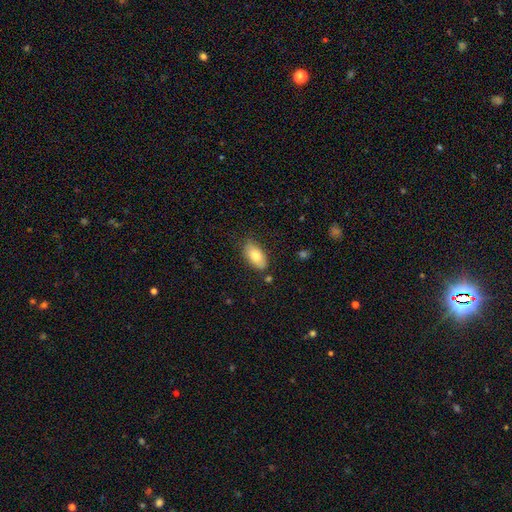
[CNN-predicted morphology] This is likely a smooth galaxy (77%). How rounded: clearly in between (92%). Merging: likely none (79%).